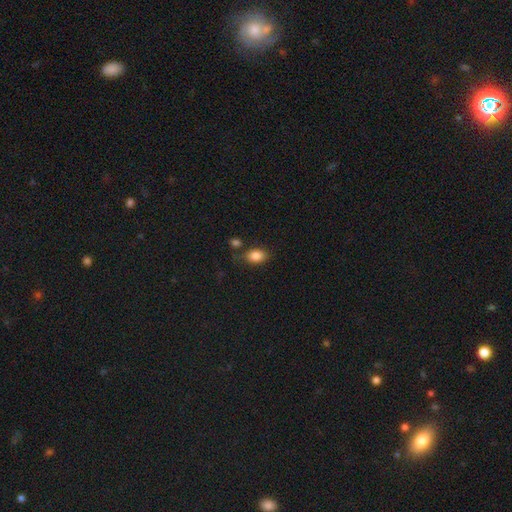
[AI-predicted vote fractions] This appears to be a smooth galaxy with no disk features (85%) that is in between round and cigar-shaped (81%). Merging: none (71%).